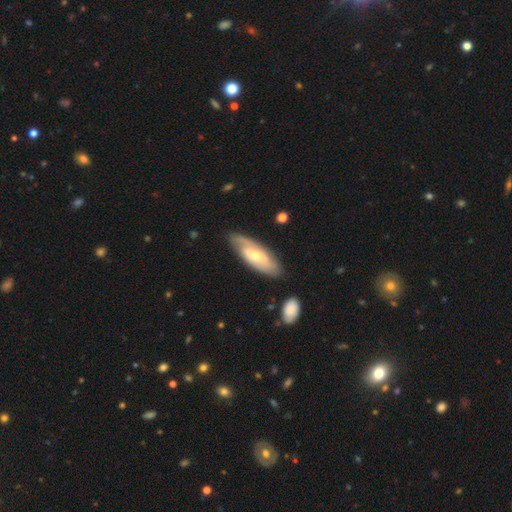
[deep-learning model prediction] This is likely a featured or disk galaxy (62%). It is clearly not viewed edge-on (83%). Bar: marginally weak (44%). Spiral arm pattern: likely yes (79%). Central bulge: possibly moderate (49%). Merging: likely none (76%).